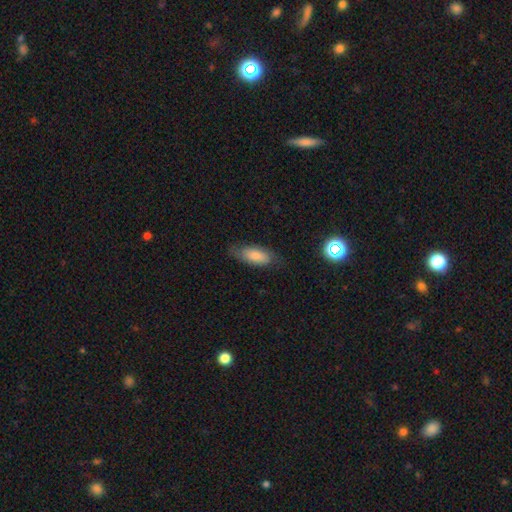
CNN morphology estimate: This appears to be a smooth galaxy with no disk features (74%) that is in between round and cigar-shaped (85%). Merging: none (67%).